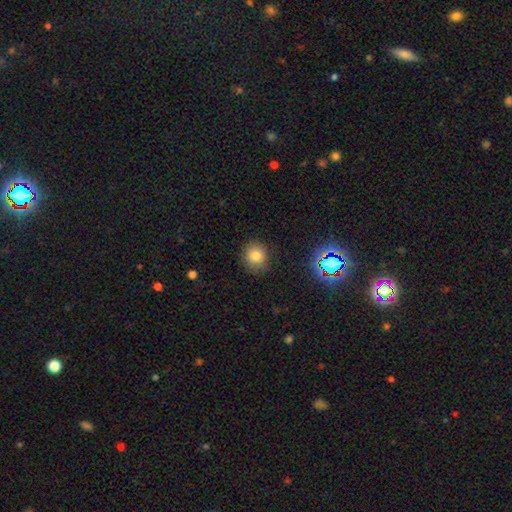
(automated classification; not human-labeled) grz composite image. It shows a smooth galaxy with no disk features (80%) that is round (85%). Merging: none (83%).